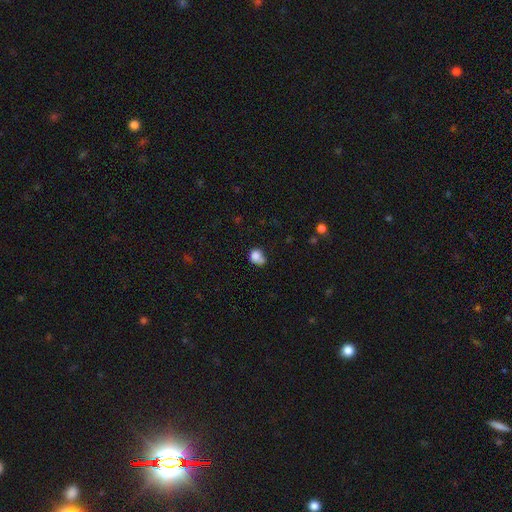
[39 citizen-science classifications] This is clearly a smooth galaxy (87%). How rounded: possibly round (59%). Merging: marginally none (36%).